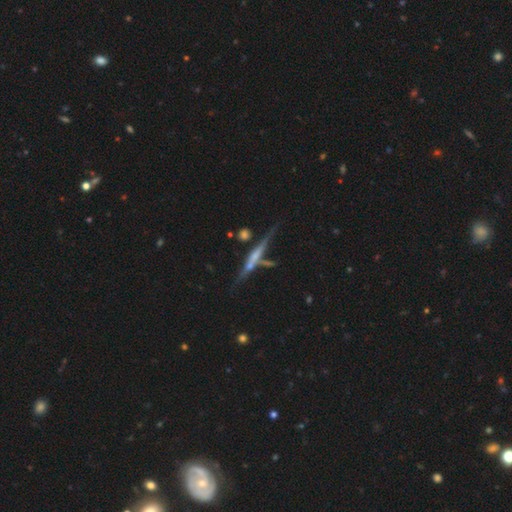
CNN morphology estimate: Overall: featured or disk (68%). Edge-on disk: yes (94%). Edge-on bulge: none (52%; rounded 34%). Merging: none (66%).